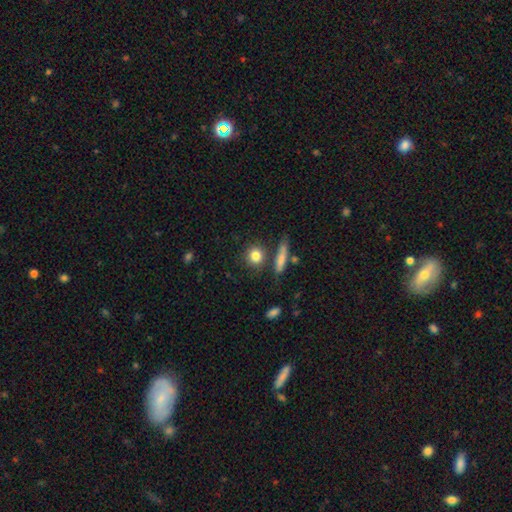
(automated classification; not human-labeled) Overall: smooth (83%). How rounded: round (81%). Merging: none (77%).